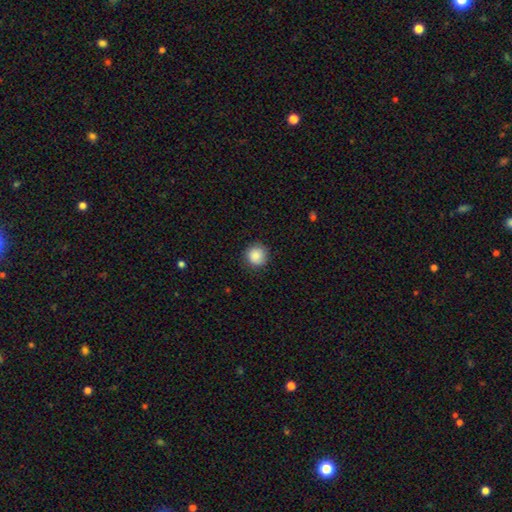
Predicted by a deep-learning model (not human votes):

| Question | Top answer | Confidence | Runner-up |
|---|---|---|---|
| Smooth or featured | smooth | 87% | star or artifact (9%) |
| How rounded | round | 94% | in between (5%) |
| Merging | none | 89% | minor disturbance (8%) |